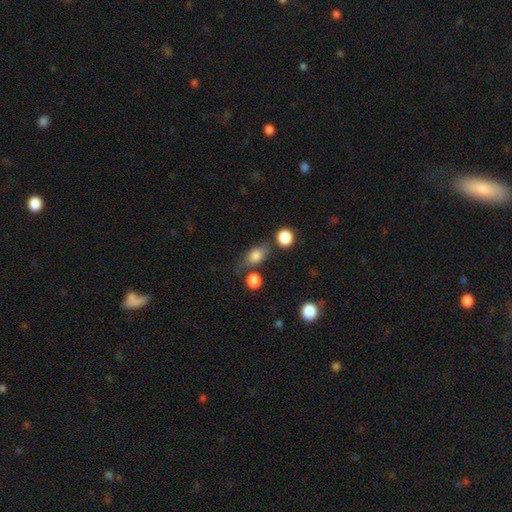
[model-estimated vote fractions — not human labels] This is likely a smooth galaxy (79%). How rounded: likely in between (75%). Merging: likely none (61%).